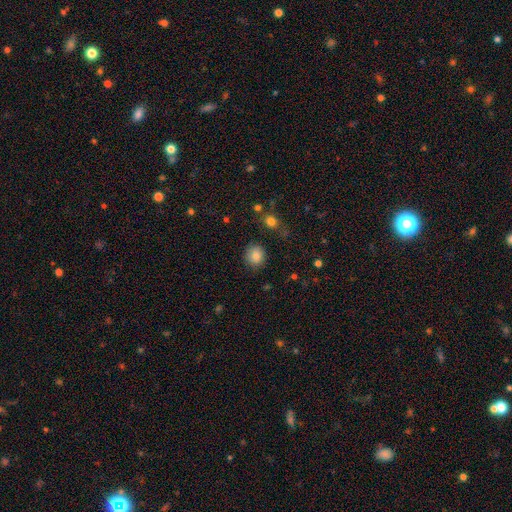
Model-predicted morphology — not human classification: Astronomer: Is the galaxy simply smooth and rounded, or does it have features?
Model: smooth — 85%.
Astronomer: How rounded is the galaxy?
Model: round — 85%.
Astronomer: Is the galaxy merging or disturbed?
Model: none — 87%.